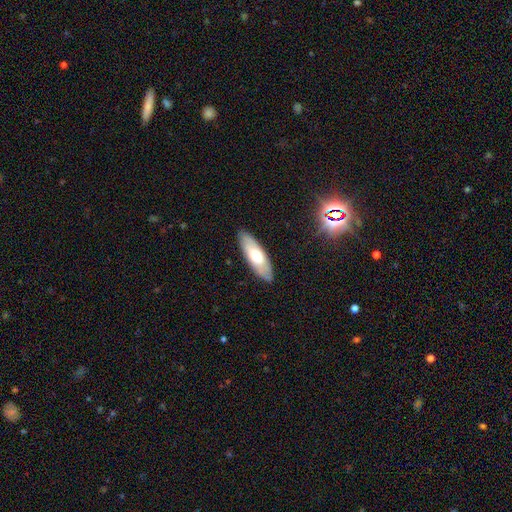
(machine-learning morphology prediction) This appears to be a smooth galaxy with no disk features (61%) that is in between round and cigar-shaped (61%). Merging: none (87%).